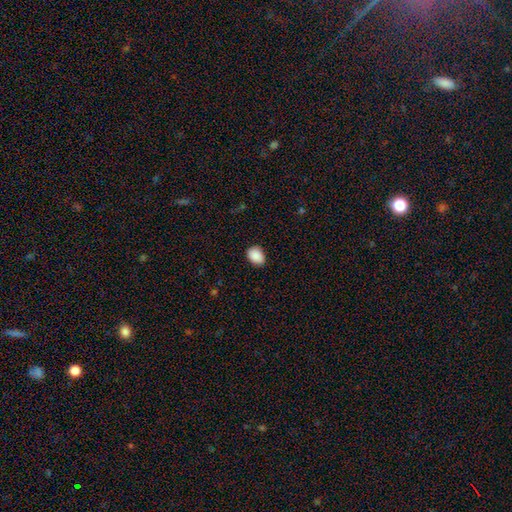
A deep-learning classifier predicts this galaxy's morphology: smooth-or-featured: smooth: 90% | star or artifact: 7% | featured or disk: 3%
  how-rounded: in between: 69% | round: 30% | cigar-shaped: 1%
  merging: none: 85% | minor disturbance: 12% | major disturbance: 2% | merger: 1%